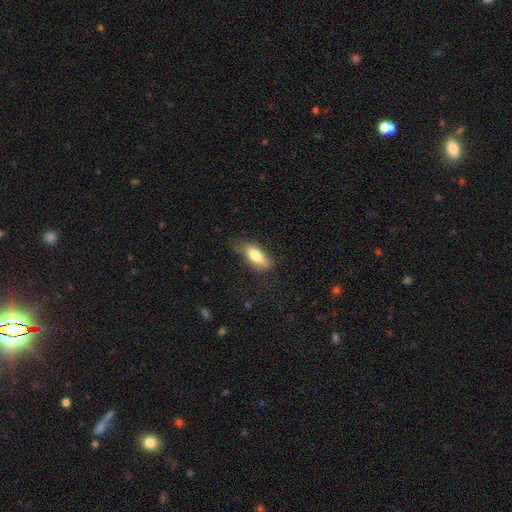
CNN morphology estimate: smooth-or-featured: smooth: 77% | featured or disk: 17% | star or artifact: 6%
  how-rounded: in between: 71% | cigar-shaped: 26% | round: 2%
  merging: none: 61% | minor disturbance: 28% | major disturbance: 10% | merger: 2%